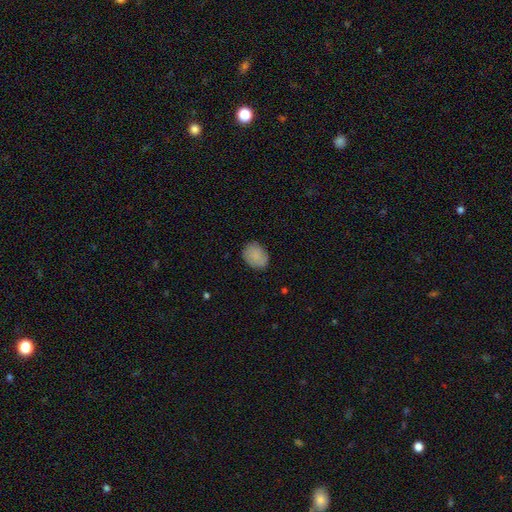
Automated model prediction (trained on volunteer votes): This appears to be a smooth galaxy with no disk features (86%) that is in between round and cigar-shaped (60%). Merging: none (84%).